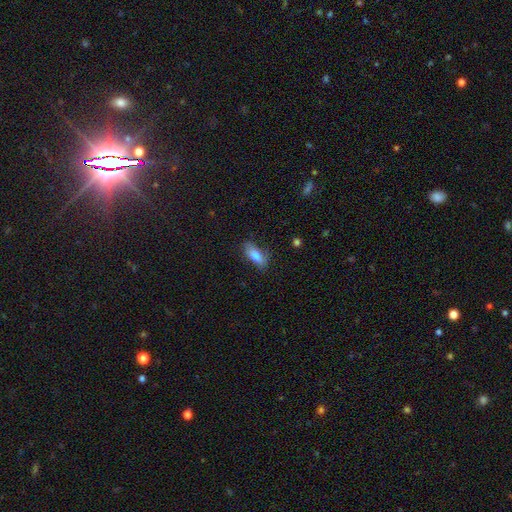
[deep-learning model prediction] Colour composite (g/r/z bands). It shows a smooth galaxy with no disk features (76%) that is in between round and cigar-shaped (79%). Merging: none (70%).